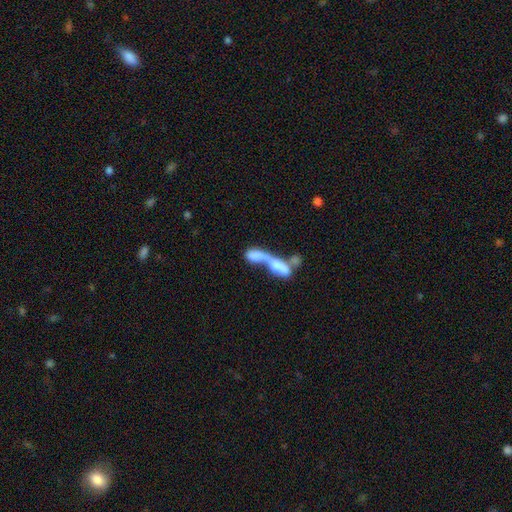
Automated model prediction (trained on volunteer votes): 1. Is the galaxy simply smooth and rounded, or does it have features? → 60% smooth, 31% featured or disk, 9% star or artifact.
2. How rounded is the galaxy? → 56% in between, 34% cigar-shaped, 10% round.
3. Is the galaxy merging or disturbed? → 76% merger, 10% major disturbance, 9% none, 5% minor disturbance.